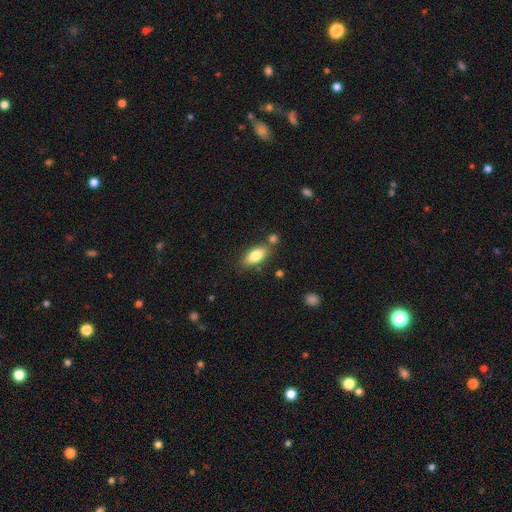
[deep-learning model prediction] Smooth or featured? Predicted: smooth (p=0.81). How rounded? Predicted: in between (p=0.81). Merging? Predicted: none (p=0.72).